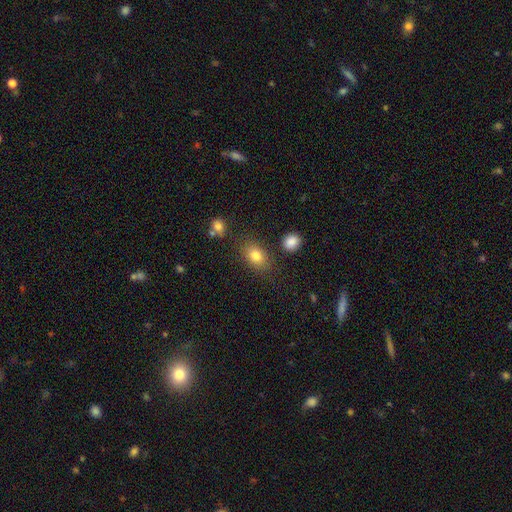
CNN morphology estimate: smooth 80%, star or artifact 10%, featured or disk 10%. Down the decision tree: how rounded — in between (74%); merging — none (78%).